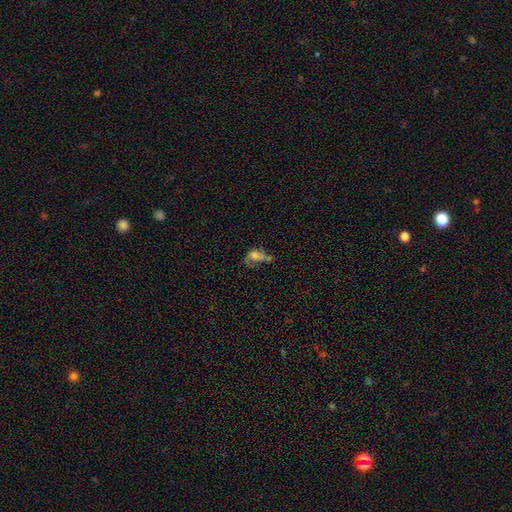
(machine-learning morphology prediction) A featured or disk galaxy (49%). Merging: major disturbance (34%).